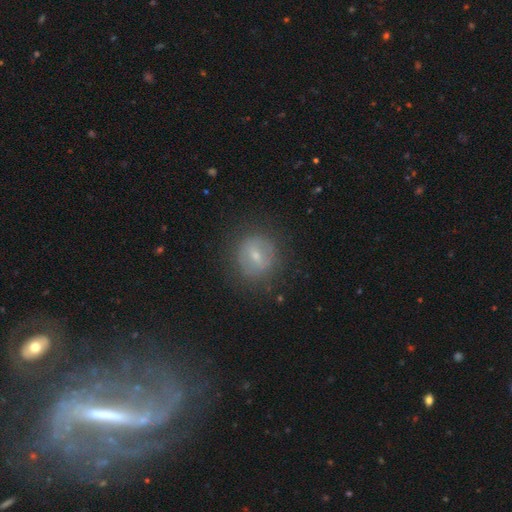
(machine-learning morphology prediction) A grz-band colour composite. It shows a featured or disk galaxy (47%). Merging: none (81%).